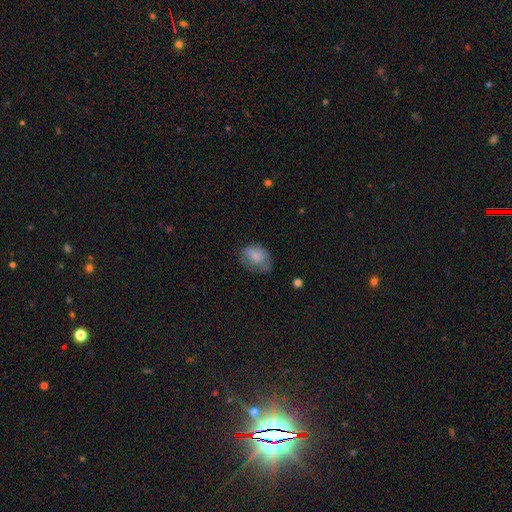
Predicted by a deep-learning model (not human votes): Smooth or featured?
  - smooth: 76% *
  - featured or disk: 16%
  - star or artifact: 8%
How rounded?
  - in between: 75% *
  - round: 23%
  - cigar-shaped: 1%
Merging?
  - none: 52% *
  - minor disturbance: 31%
  - major disturbance: 15%
  - merger: 2%